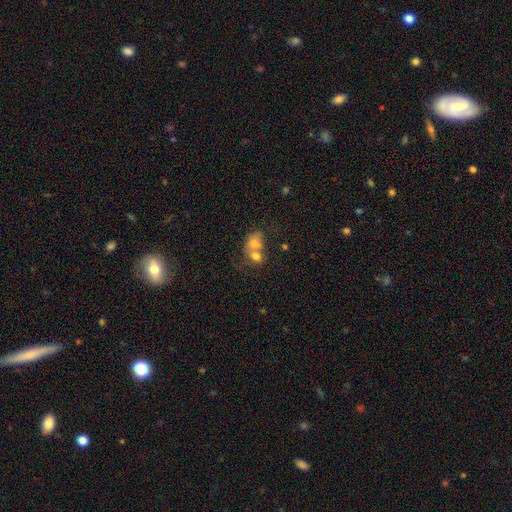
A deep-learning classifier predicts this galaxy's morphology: A smooth galaxy with no disk features (68%) that is round (51%). Merging: merger (68%).